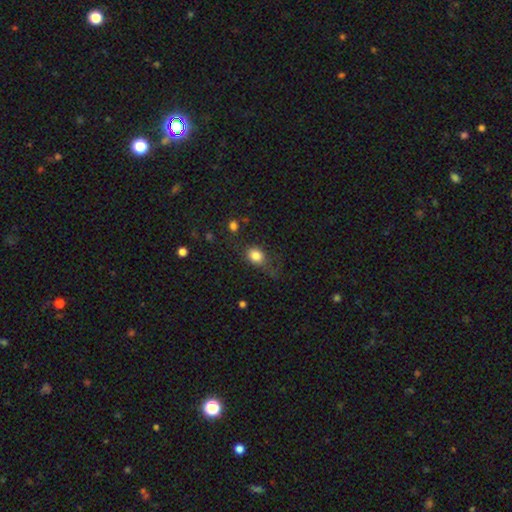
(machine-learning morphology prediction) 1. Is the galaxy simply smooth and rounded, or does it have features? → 83% smooth, 10% star or artifact, 8% featured or disk.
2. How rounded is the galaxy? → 52% in between, 46% round, 2% cigar-shaped.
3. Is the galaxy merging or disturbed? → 59% none, 23% minor disturbance, 15% major disturbance, 3% merger.